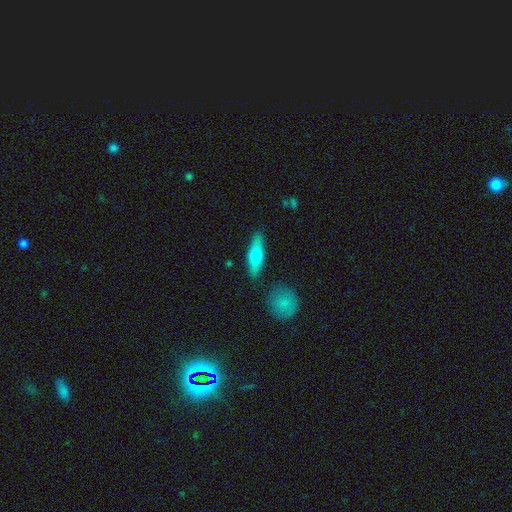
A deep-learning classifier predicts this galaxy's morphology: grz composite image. It shows a smooth galaxy with no disk features (62%) that is cigar-shaped (52%). Merging: none (85%).